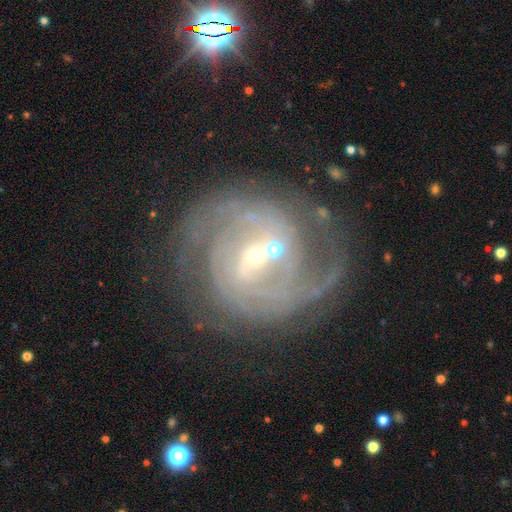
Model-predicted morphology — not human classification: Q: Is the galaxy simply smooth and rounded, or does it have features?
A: featured or disk — 87%.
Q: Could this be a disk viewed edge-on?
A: no — 98%.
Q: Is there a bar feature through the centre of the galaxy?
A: weak — 45%.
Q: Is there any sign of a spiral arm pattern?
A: yes — 97%.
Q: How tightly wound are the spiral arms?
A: tight — 50%.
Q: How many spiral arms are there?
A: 2 — 62%.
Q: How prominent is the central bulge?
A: small — 76%.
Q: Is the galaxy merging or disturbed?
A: none — 67%.